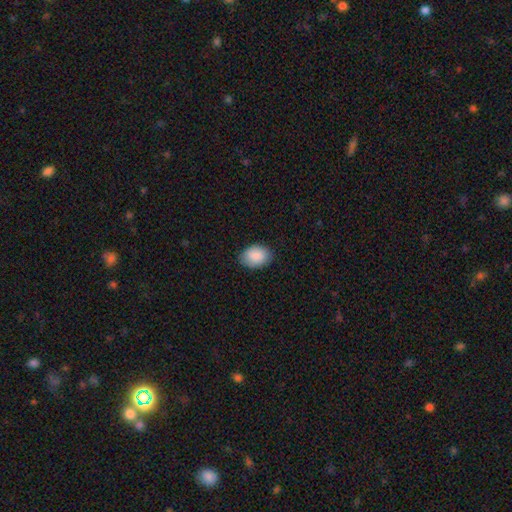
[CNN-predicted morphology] type=smooth (89%); roundness=in between (81%); merging=none (85%).